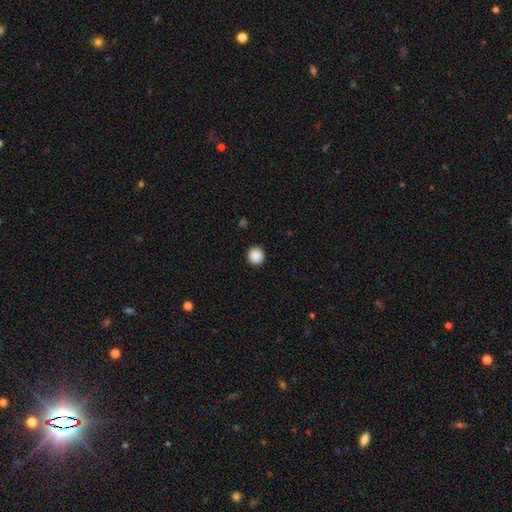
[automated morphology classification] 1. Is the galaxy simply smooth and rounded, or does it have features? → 89% smooth, 9% star or artifact, 2% featured or disk.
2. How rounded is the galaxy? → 92% round, 7% in between, 1% cigar-shaped.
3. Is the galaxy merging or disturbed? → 92% none, 6% minor disturbance, 2% major disturbance, 1% merger.